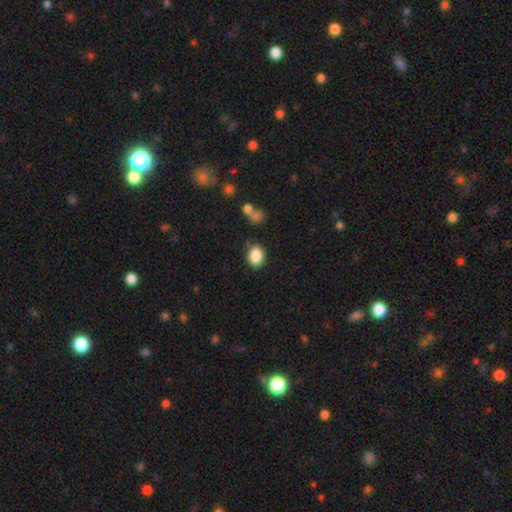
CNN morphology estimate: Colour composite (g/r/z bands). It shows a smooth galaxy with no disk features (87%) that is in between round and cigar-shaped (59%). Merging: none (79%).